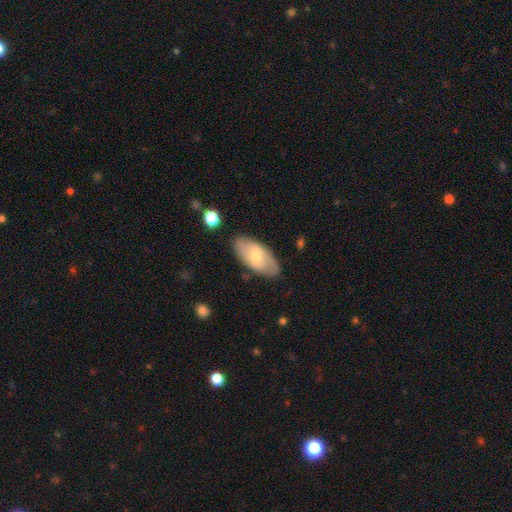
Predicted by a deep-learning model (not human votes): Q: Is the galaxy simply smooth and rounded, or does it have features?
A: smooth — 57%.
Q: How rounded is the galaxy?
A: in between — 93%.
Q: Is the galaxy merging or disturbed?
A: none — 81%.